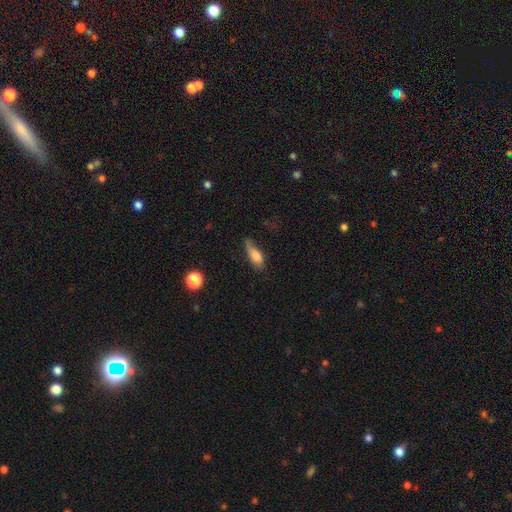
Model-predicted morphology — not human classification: A smooth galaxy with no disk features (77%) that is in between round and cigar-shaped (75%).

Vote fractions:
- Smooth or featured? smooth: 77% / featured or disk: 15% / star or artifact: 8%
- How rounded? in between: 75% / cigar-shaped: 20% / round: 5%
- Merging? minor disturbance: 37% / none: 36% / major disturbance: 23% / merger: 4%